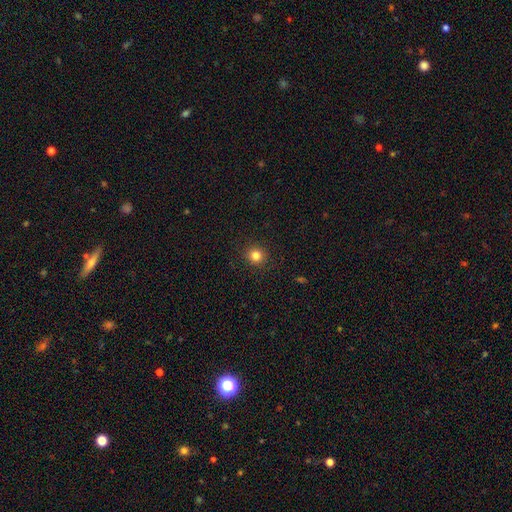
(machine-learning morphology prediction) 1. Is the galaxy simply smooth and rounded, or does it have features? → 83% smooth, 12% star or artifact, 5% featured or disk.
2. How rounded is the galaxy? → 90% round, 9% in between, 1% cigar-shaped.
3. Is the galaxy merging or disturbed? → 91% none, 6% minor disturbance, 2% major disturbance, 1% merger.